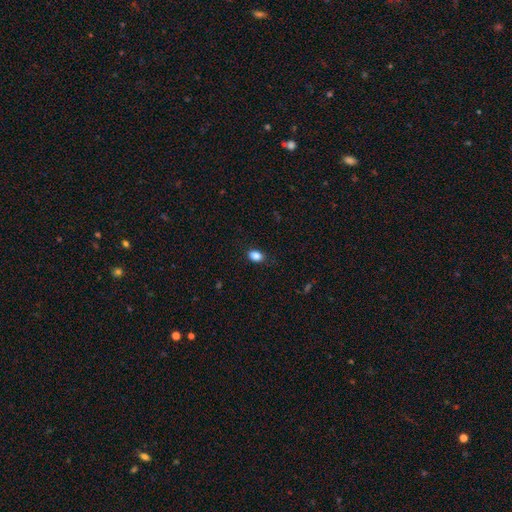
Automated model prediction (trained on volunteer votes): A smooth galaxy with no disk features (86%) that is in between round and cigar-shaped (77%). Merging: none (85%).